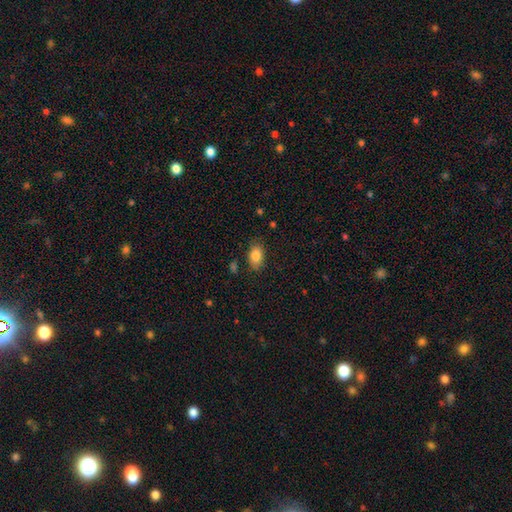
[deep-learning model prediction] A smooth galaxy with no disk features (84%) that is in between round and cigar-shaped (87%).

Vote fractions:
- Smooth or featured? smooth: 84% / star or artifact: 8% / featured or disk: 8%
- How rounded? in between: 87% / round: 11% / cigar-shaped: 2%
- Merging? none: 82% / minor disturbance: 13% / major disturbance: 3% / merger: 2%